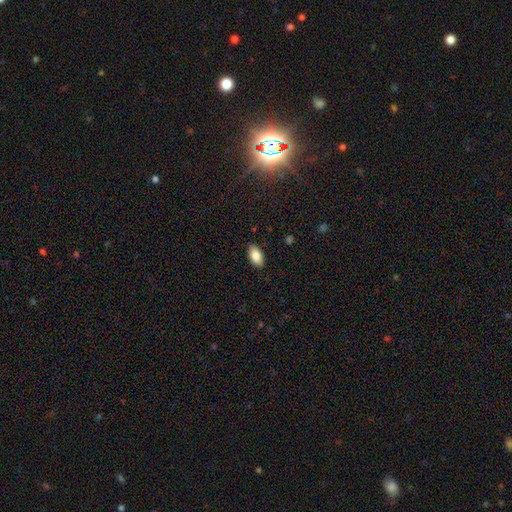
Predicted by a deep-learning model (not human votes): Overall: smooth (85%). How rounded: in between (94%). Merging: none (88%).